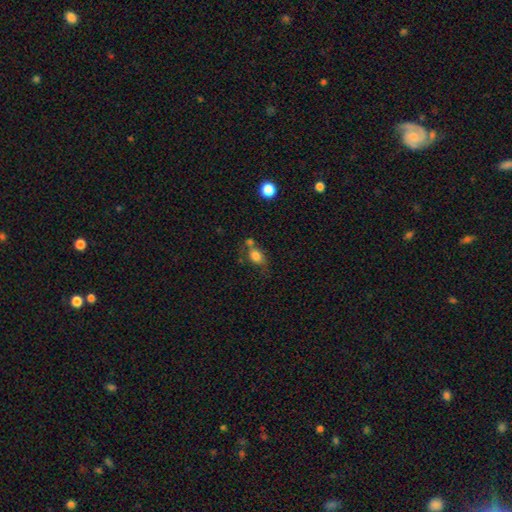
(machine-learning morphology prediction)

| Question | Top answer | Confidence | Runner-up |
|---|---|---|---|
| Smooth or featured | smooth | 77% | featured or disk (13%) |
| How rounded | in between | 62% | round (36%) |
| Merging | none | 40% | merger (28%) |